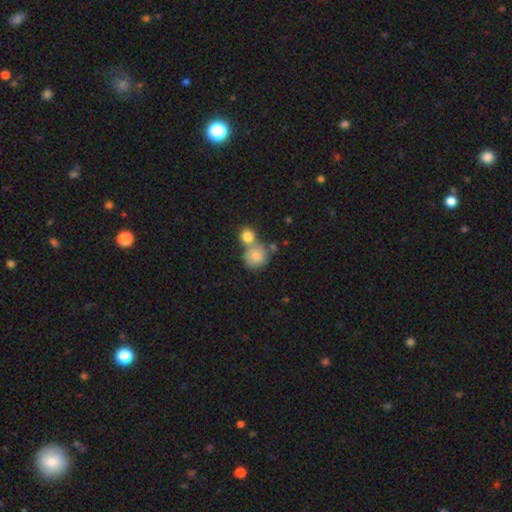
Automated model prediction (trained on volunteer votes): Smooth or featured?
  - smooth: 80% *
  - featured or disk: 11%
  - star or artifact: 9%
How rounded?
  - round: 86% *
  - in between: 13%
  - cigar-shaped: 1%
Merging?
  - merger: 45% *
  - none: 43%
  - minor disturbance: 9%
  - major disturbance: 3%